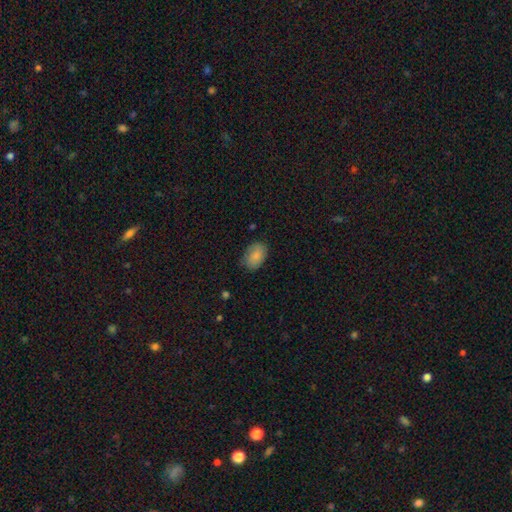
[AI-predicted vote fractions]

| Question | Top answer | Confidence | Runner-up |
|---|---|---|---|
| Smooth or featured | smooth | 85% | featured or disk (9%) |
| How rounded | in between | 88% | round (11%) |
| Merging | none | 75% | minor disturbance (20%) |